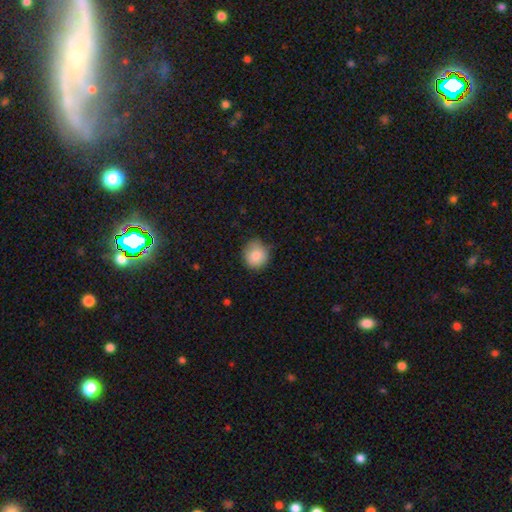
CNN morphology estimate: A smooth galaxy with no disk features (86%) that is round (84%). Merging: none (73%).